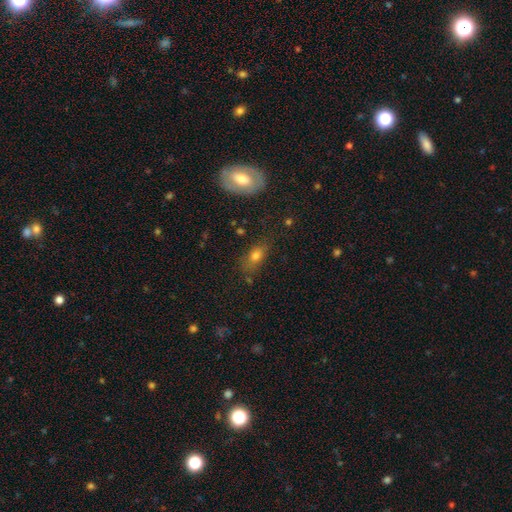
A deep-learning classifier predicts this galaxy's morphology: This is likely a smooth galaxy (71%). How rounded: likely in between (78%). Merging: likely none (69%).